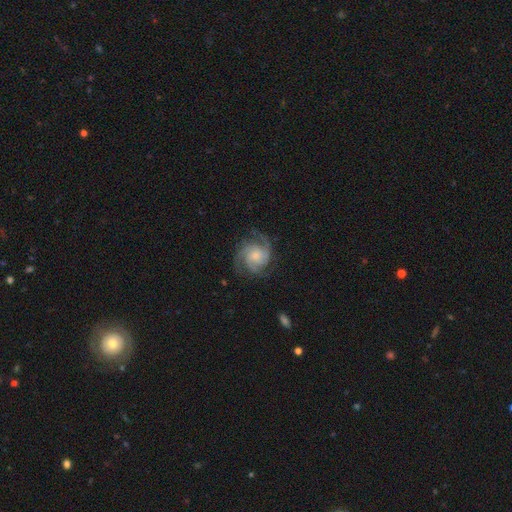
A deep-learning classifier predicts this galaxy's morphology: The model was most divided on "spiral winding": tight: 49%, medium: 42%, loose: 8%. Remaining: edge-on disk — no (98%); spiral arms — yes (98%); smooth or featured — featured or disk (88%); merging — none (77%); bar — no (72%); bulge size — small (61%); spiral arm count — 3 (49%).